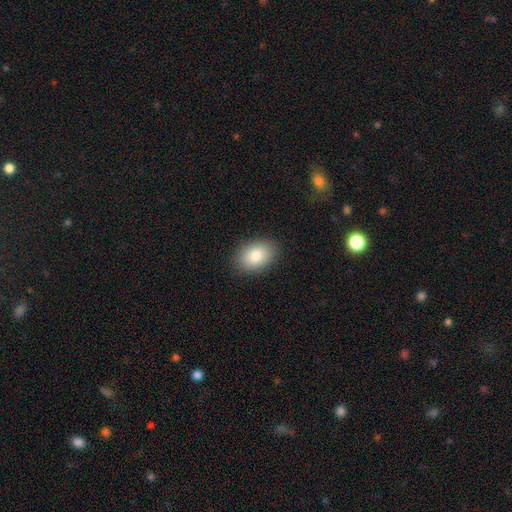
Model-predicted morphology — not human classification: The model was most divided on "how rounded": in between: 84%, round: 15%, cigar-shaped: 1%. More confident: merging — none (88%); smooth or featured — smooth (83%).